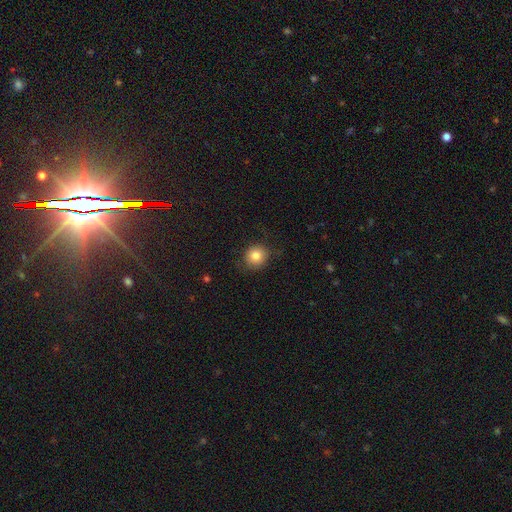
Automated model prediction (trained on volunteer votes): The model was most divided on "merging": none: 82%, minor disturbance: 13%, major disturbance: 4%, merger: 1%. More confident: how rounded — round (87%); smooth or featured — smooth (82%).